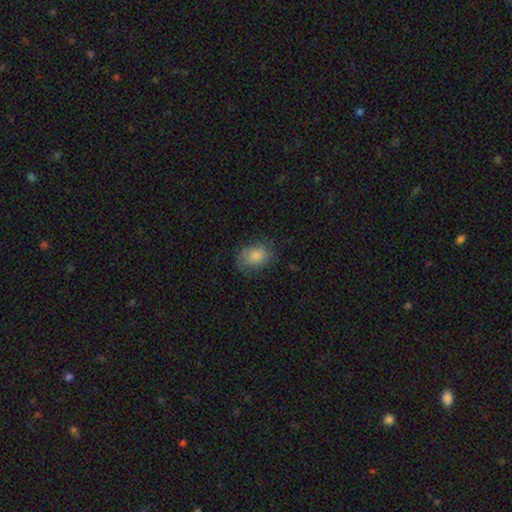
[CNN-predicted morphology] Smooth or featured: smooth — 82% (featured or disk — 10%)
How rounded: in between — 70% (round — 29%)
Merging: none — 66% (minor disturbance — 24%)